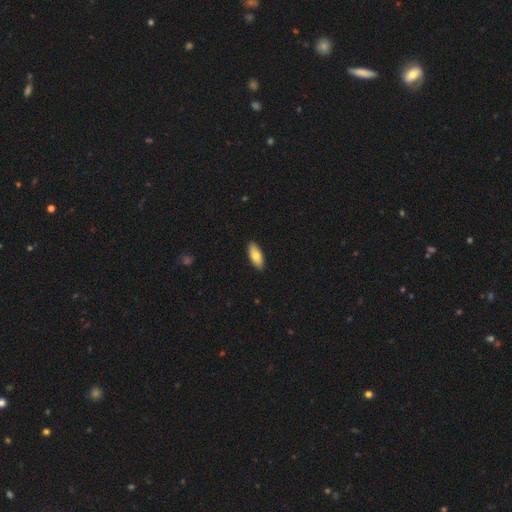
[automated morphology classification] The model was most divided on "smooth or featured": smooth: 77%, featured or disk: 18%, star or artifact: 6%. More confident: merging — none (89%); how rounded — in between (82%).